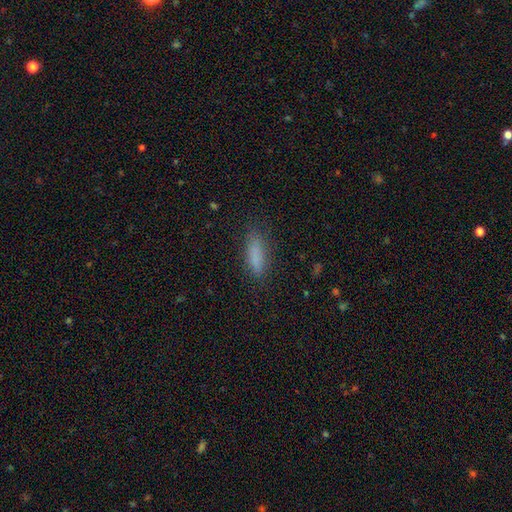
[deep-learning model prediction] smooth-or-featured: smooth: 82% | star or artifact: 10% | featured or disk: 8%
  how-rounded: cigar-shaped: 53% | in between: 45% | round: 2%
  merging: none: 79% | minor disturbance: 15% | major disturbance: 5% | merger: 1%